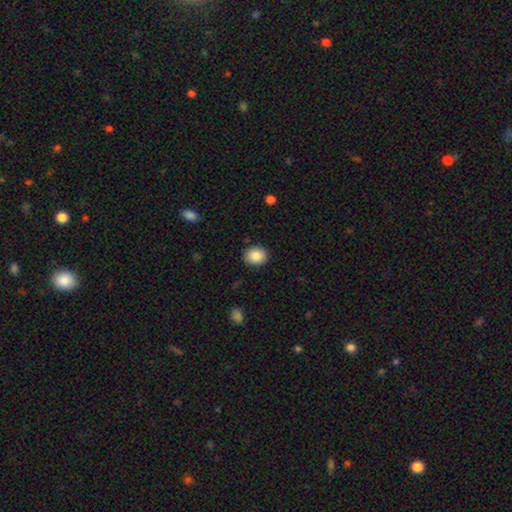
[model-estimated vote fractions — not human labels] Smooth or featured? smooth (86%)
How rounded? round (64%)
Merging? none (90%)